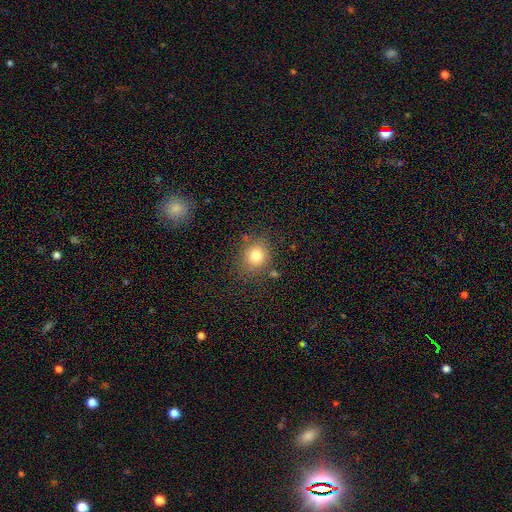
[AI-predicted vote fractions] Smooth or featured? smooth (79%)
How rounded? round (74%)
Merging? none (79%)